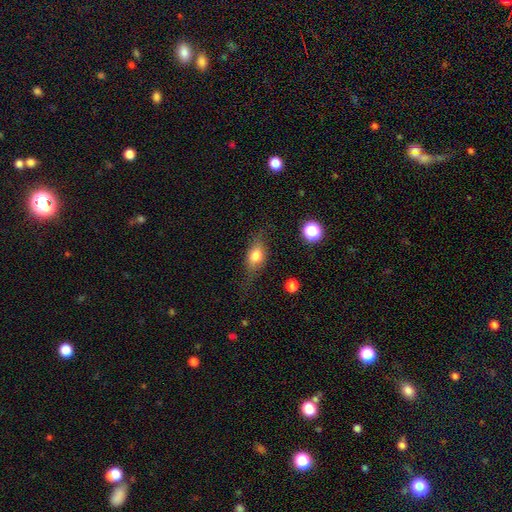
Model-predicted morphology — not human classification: type=smooth (67%); roundness=in between (71%); merging=none (64%).